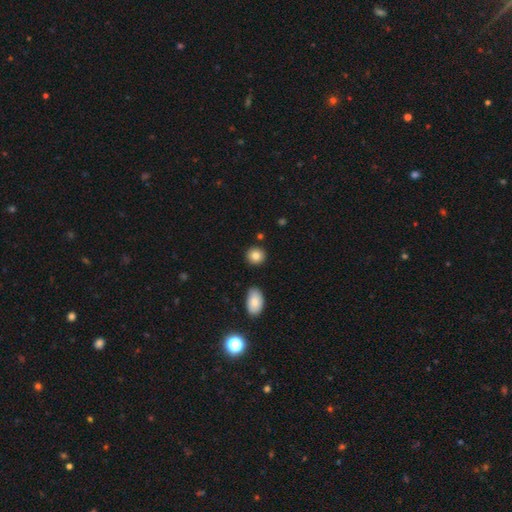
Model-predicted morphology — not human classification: Q: Smooth or featured?
A: smooth (83%); runner-up: star or artifact (9%)
Q: How rounded?
A: round (87%); runner-up: in between (12%)
Q: Merging?
A: none (87%); runner-up: minor disturbance (8%)